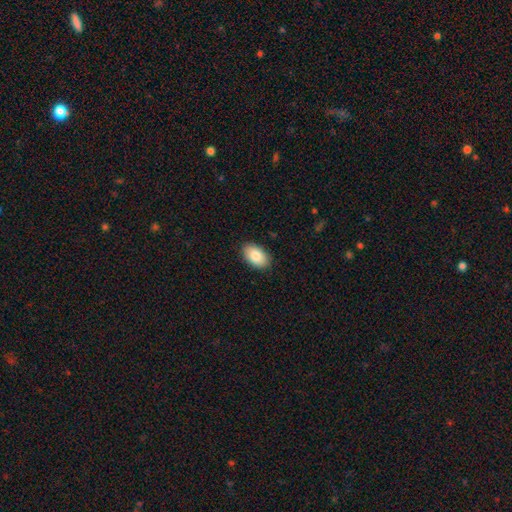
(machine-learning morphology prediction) Overall: smooth (86%). How rounded: in between (93%). Merging: none (88%).